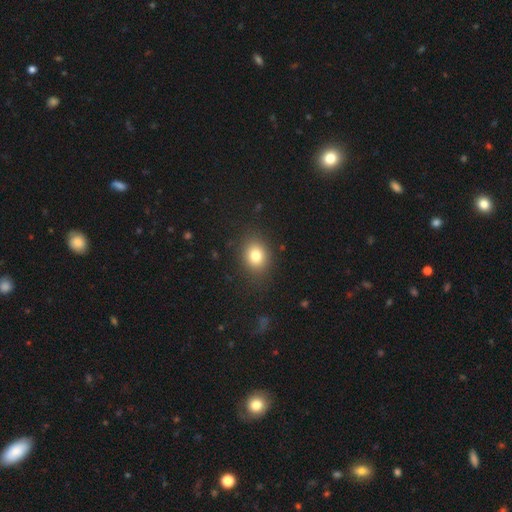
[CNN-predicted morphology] smooth-or-featured: smooth: 80% | star or artifact: 11% | featured or disk: 8%
  how-rounded: round: 55% | in between: 44% | cigar-shaped: 1%
  merging: none: 85% | minor disturbance: 10% | major disturbance: 4% | merger: 1%